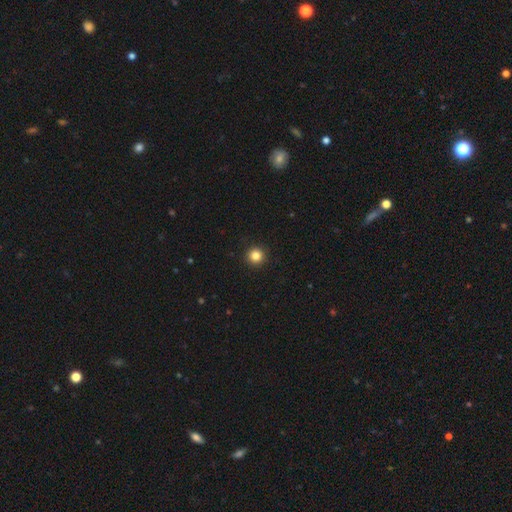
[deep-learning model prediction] Smooth or featured: smooth — 85% (star or artifact — 11%)
How rounded: round — 96% (in between — 3%)
Merging: none — 94% (minor disturbance — 4%)